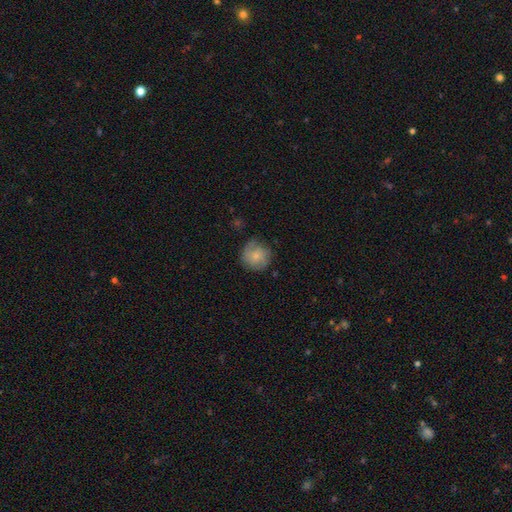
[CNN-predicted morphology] Smooth or featured?
  - smooth: 75% *
  - featured or disk: 18%
  - star or artifact: 7%
How rounded?
  - round: 91% *
  - in between: 8%
  - cigar-shaped: 1%
Merging?
  - none: 71% *
  - minor disturbance: 22%
  - major disturbance: 5%
  - merger: 1%